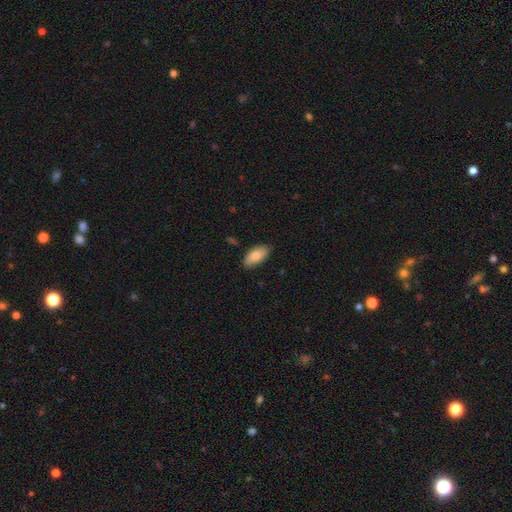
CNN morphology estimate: Smooth or featured?
  - smooth: 80% *
  - featured or disk: 14%
  - star or artifact: 6%
How rounded?
  - in between: 92% *
  - cigar-shaped: 5%
  - round: 2%
Merging?
  - none: 82% *
  - minor disturbance: 15%
  - major disturbance: 2%
  - merger: 1%